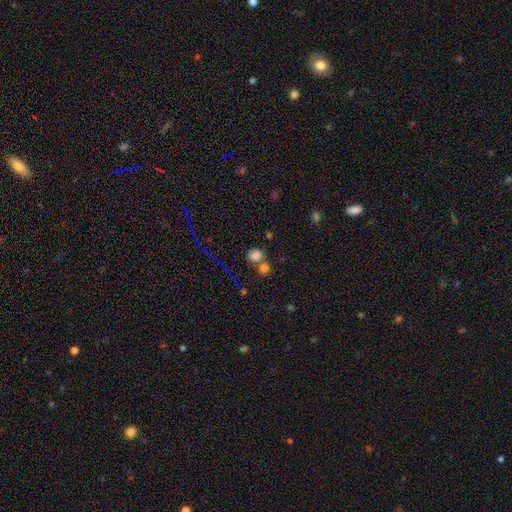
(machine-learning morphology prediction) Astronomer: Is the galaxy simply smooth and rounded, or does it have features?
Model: smooth — 76%.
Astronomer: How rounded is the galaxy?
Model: round — 57% (runner-up: in between, 41%).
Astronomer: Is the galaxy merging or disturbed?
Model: none — 56% (runner-up: merger, 32%).